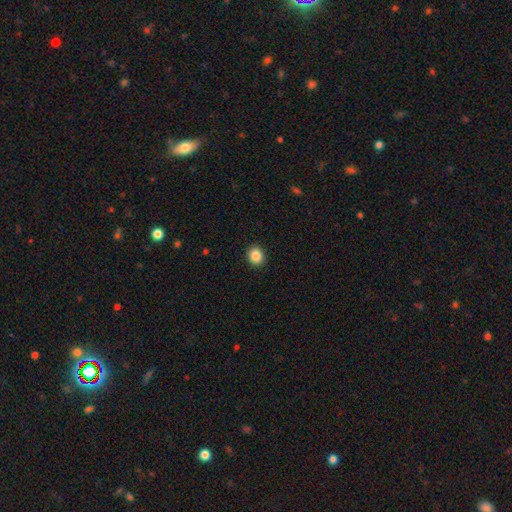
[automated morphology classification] Overall: smooth (87%). How rounded: round (69%; in between 30%). Merging: none (92%).